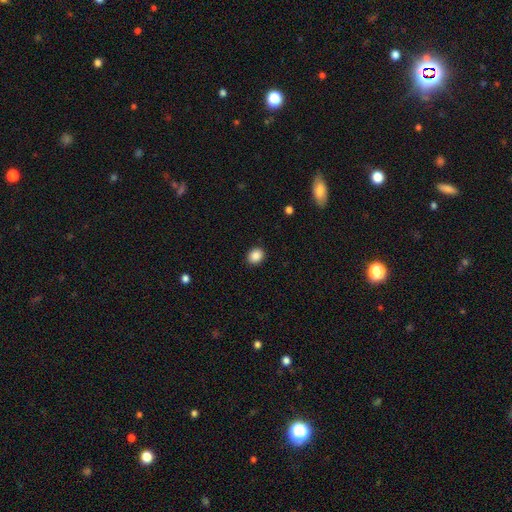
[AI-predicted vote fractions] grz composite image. It shows a smooth galaxy with no disk features (88%) that is round (60%). Merging: none (91%).